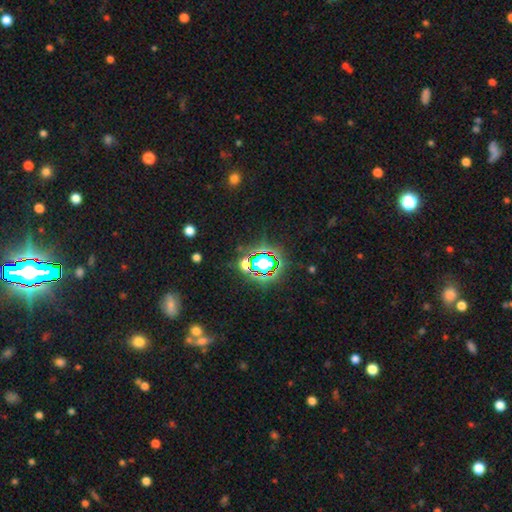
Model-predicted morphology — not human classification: A star or artifact, not a galaxy (80%).